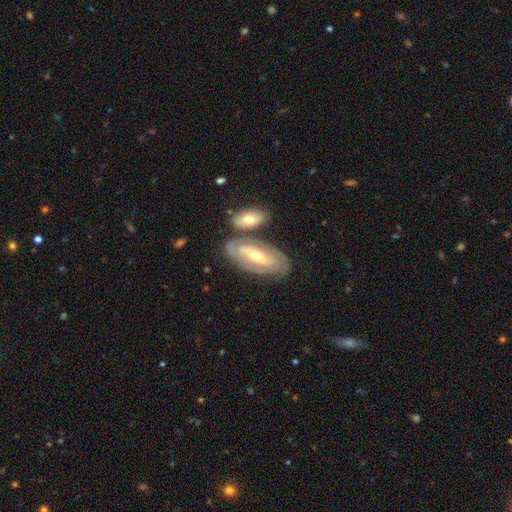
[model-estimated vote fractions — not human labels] Smooth or featured? featured or disk (73%)
Edge-on disk? no (89%)
Bar? no (36%, tied with weak)
Spiral arms? yes (74%)
Bulge size? moderate (55%)
Merging? none (65%)